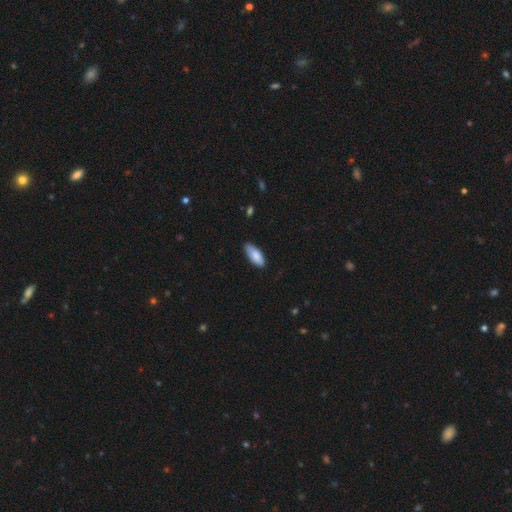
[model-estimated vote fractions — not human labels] Smooth or featured: smooth — 85% (featured or disk — 10%)
How rounded: in between — 82% (cigar-shaped — 16%)
Merging: none — 81% (minor disturbance — 16%)